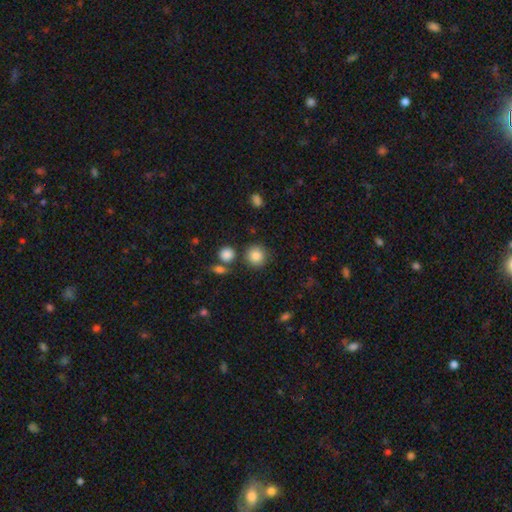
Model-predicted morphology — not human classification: Smooth or featured: smooth — 86% (star or artifact — 9%)
How rounded: round — 90% (in between — 9%)
Merging: none — 81% (minor disturbance — 9%)